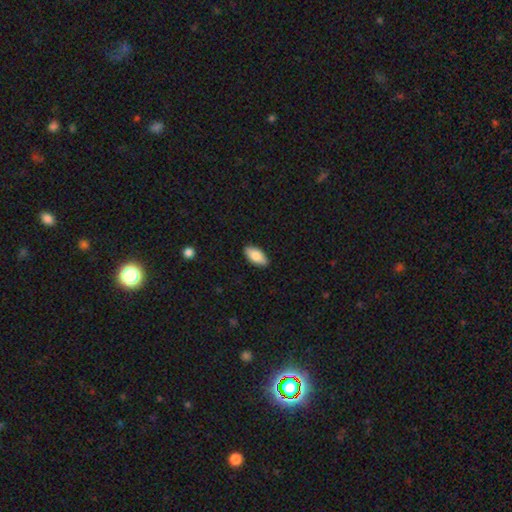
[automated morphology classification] Q: Smooth or featured?
A: smooth (83%); runner-up: featured or disk (11%)
Q: How rounded?
A: in between (90%); runner-up: cigar-shaped (7%)
Q: Merging?
A: none (89%); runner-up: minor disturbance (9%)